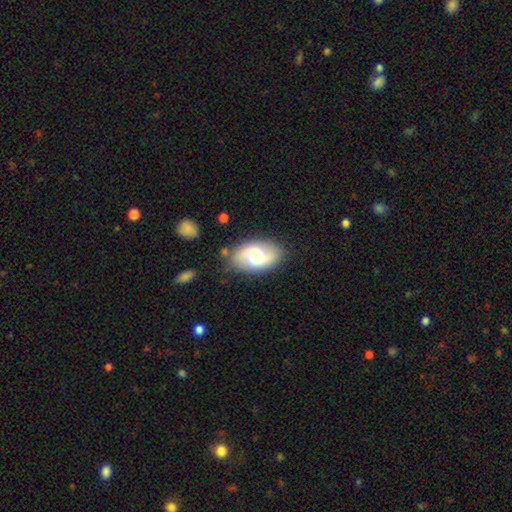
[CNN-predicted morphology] Overall: smooth (51%; featured or disk 42%). How rounded: in between (91%). Merging: none (79%).